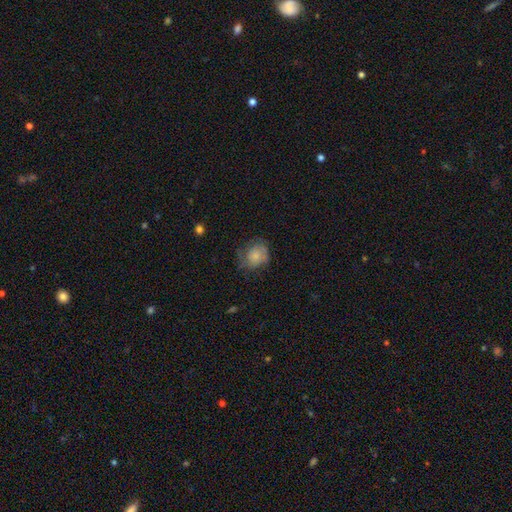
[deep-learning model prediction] This appears to be a smooth galaxy with no disk features (63%) that is round (70%). Merging: none (54%).